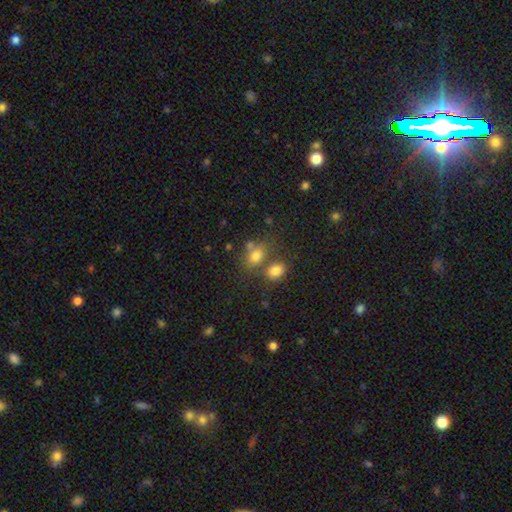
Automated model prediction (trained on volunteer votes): Smooth or featured? smooth (75%)
How rounded? in between (66%)
Merging? none (47%)